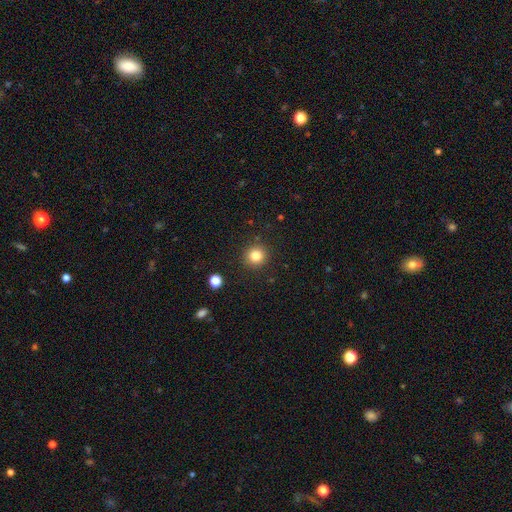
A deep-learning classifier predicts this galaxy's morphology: A smooth galaxy with no disk features (82%) that is round (93%). Merging: none (90%).